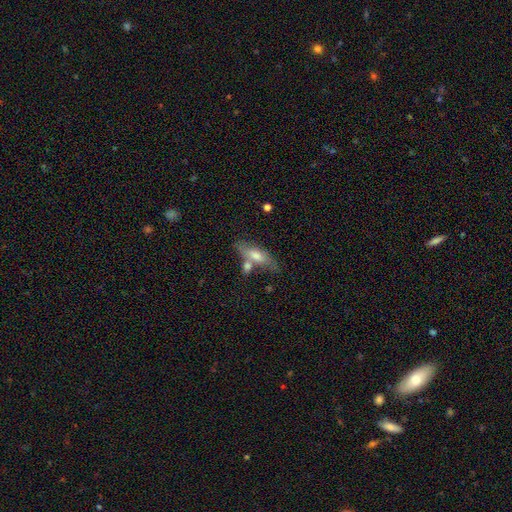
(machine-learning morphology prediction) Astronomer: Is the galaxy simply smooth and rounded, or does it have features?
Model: smooth — 59% (runner-up: featured or disk, 34%).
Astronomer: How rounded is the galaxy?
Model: in between — 50% (runner-up: cigar-shaped, 47%).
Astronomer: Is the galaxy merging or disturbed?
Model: none — 56%.